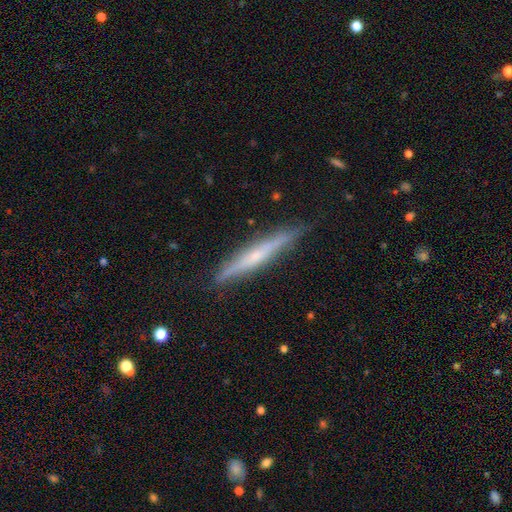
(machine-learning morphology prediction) Overall: featured or disk (62%; smooth 31%). Edge-on disk: yes (95%). Edge-on bulge: rounded (51%; none 41%). Merging: none (85%).